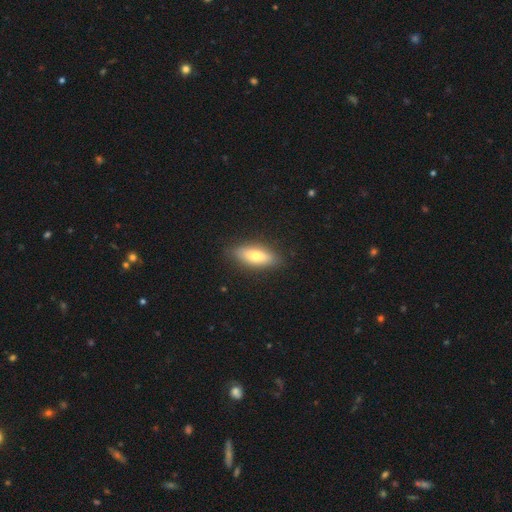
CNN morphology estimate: Overall: smooth (71%). How rounded: in between (70%). Merging: none (86%).